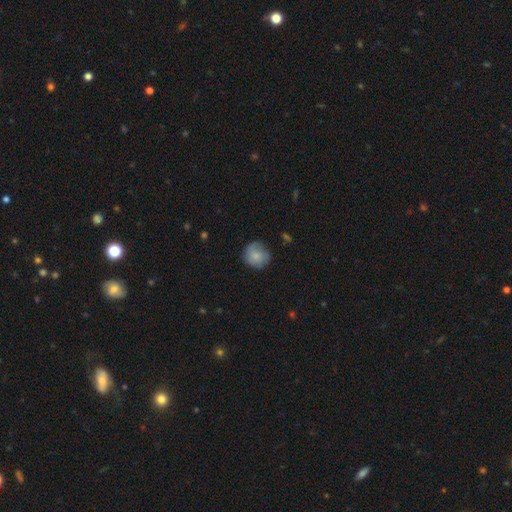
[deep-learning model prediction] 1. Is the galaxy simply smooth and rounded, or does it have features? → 79% smooth, 13% featured or disk, 8% star or artifact.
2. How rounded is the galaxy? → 85% round, 14% in between, 1% cigar-shaped.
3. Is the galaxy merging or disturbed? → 68% none, 24% minor disturbance, 7% major disturbance, 1% merger.